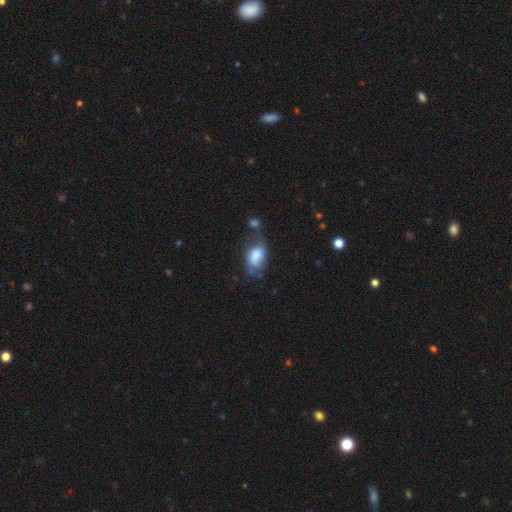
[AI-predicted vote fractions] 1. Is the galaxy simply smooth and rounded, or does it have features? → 72% smooth, 20% featured or disk, 8% star or artifact.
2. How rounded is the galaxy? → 88% in between, 10% round, 2% cigar-shaped.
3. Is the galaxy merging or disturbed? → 39% none, 31% minor disturbance, 18% major disturbance, 12% merger.